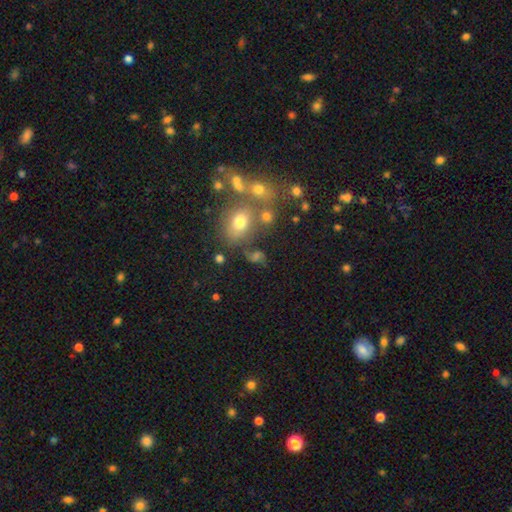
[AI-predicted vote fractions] smooth 59%, star or artifact 25%, featured or disk 16%. Down the decision tree: how rounded — in between (58%); merging — none (59%).